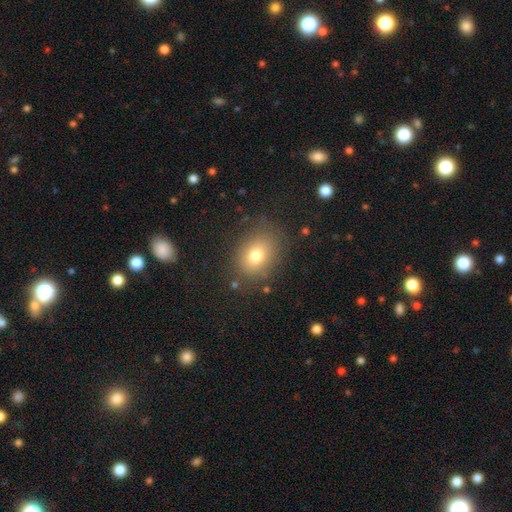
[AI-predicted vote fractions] smooth-or-featured: smooth: 75% | star or artifact: 13% | featured or disk: 12%
  how-rounded: in between: 54% | round: 45% | cigar-shaped: 1%
  merging: none: 78% | minor disturbance: 14% | major disturbance: 6% | merger: 2%